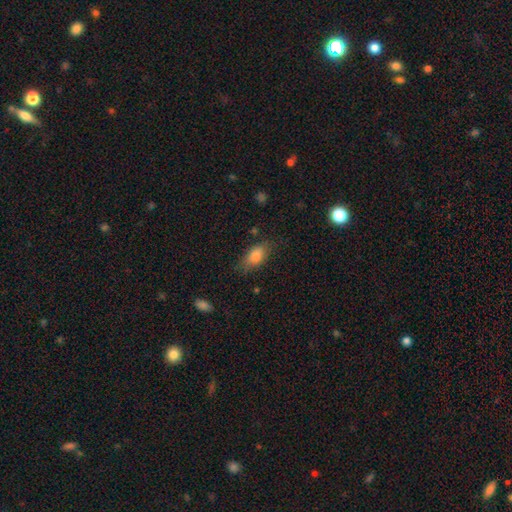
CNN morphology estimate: Q: Smooth or featured?
A: smooth (81%); runner-up: featured or disk (11%)
Q: How rounded?
A: in between (86%); runner-up: cigar-shaped (9%)
Q: Merging?
A: none (70%); runner-up: minor disturbance (22%)